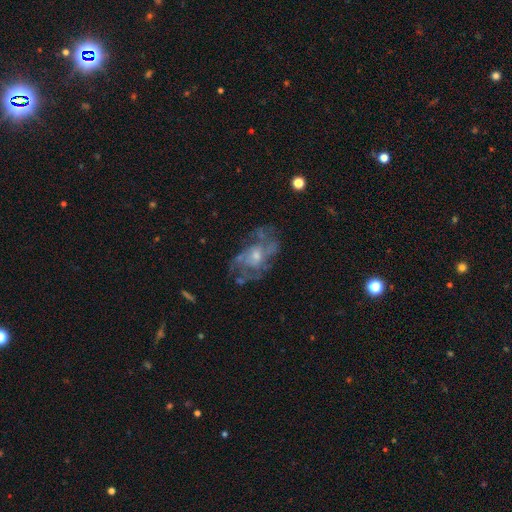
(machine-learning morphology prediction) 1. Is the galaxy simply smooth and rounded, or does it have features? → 75% featured or disk, 16% smooth, 10% star or artifact.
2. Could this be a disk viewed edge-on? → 95% no, 5% yes.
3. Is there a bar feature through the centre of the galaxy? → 75% no, 21% weak, 4% strong.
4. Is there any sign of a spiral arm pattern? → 64% yes, 36% no.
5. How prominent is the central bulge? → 49% small, 42% moderate, 4% none, 3% large, 1% dominant.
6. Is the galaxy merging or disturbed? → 58% none, 20% minor disturbance, 19% major disturbance, 3% merger.